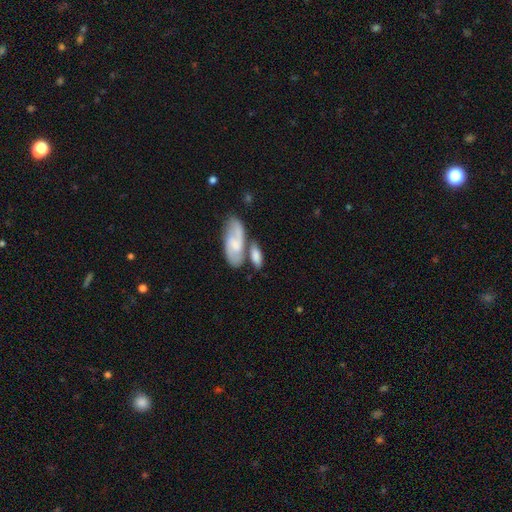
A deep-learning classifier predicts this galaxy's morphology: Smooth or featured: smooth — 63% (featured or disk — 31%)
How rounded: in between — 76% (cigar-shaped — 19%)
Merging: none — 44% (merger — 36%)